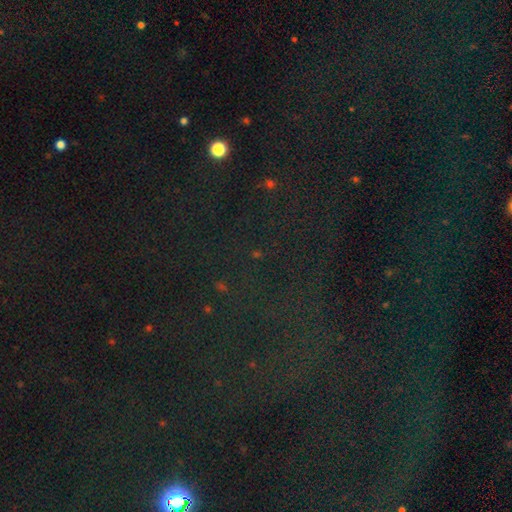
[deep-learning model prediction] The model was most divided on "smooth or featured": star or artifact: 81%, smooth: 11%, featured or disk: 8%.